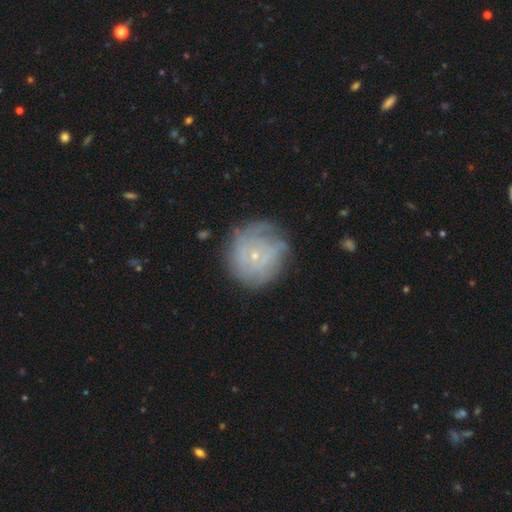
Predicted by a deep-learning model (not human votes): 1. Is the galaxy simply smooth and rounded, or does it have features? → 56% featured or disk, 35% smooth, 9% star or artifact.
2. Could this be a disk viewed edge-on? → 97% no, 3% yes.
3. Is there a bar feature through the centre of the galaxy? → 83% no, 15% weak, 3% strong.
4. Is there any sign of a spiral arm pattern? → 66% yes, 34% no.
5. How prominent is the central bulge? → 84% small, 11% moderate, 3% none, 1% large, 1% dominant.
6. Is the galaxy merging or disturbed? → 65% none, 21% minor disturbance, 11% major disturbance, 2% merger.